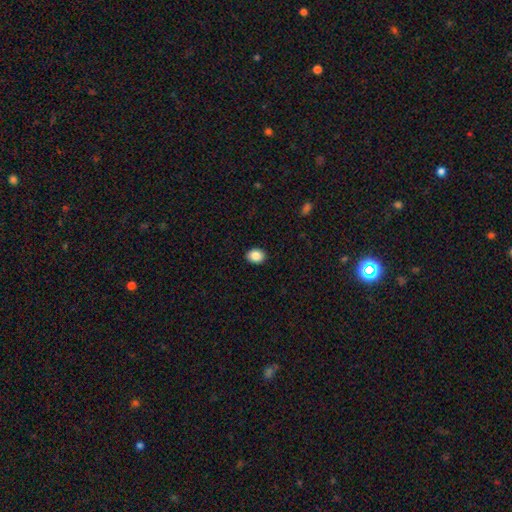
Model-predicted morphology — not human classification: smooth_or_featured: smooth (p=0.87) [alt: star or artifact p=0.09]
how_rounded: in between (p=0.53) [alt: round p=0.46]
merging: none (p=0.91) [alt: minor disturbance p=0.06]